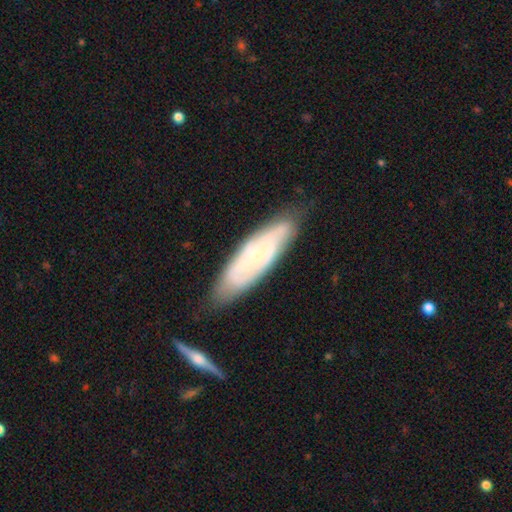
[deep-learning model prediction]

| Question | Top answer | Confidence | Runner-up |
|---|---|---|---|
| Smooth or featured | featured or disk | 74% | smooth (20%) |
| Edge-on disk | no | 82% | yes (18%) |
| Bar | no | 66% | weak (27%) |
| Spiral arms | yes | 87% | no (13%) |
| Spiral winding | tight | 64% | medium (28%) |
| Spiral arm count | can't tell | 44% | 2 (35%) |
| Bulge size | small | 78% | moderate (14%) |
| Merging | none | 74% | minor disturbance (19%) |